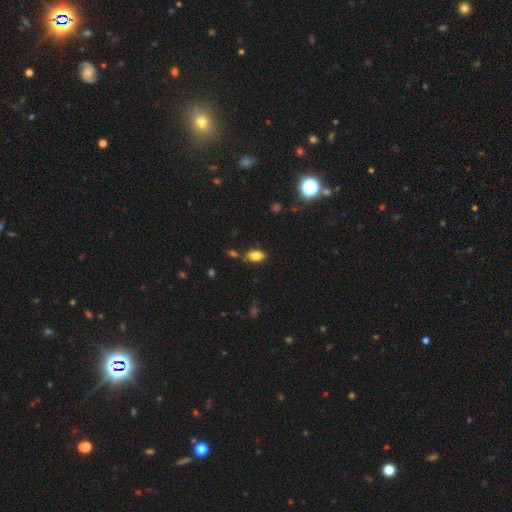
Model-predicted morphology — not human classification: A smooth galaxy with no disk features (83%) that is in between round and cigar-shaped (91%).

Vote fractions:
- Smooth or featured? smooth: 83% / star or artifact: 9% / featured or disk: 8%
- How rounded? in between: 91% / round: 6% / cigar-shaped: 3%
- Merging? none: 74% / minor disturbance: 14% / merger: 9% / major disturbance: 3%